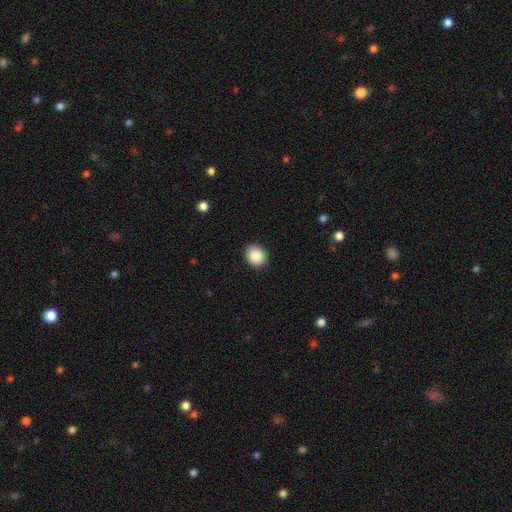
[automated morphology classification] This is clearly a smooth galaxy (87%). How rounded: likely round (66%). Merging: clearly none (91%).